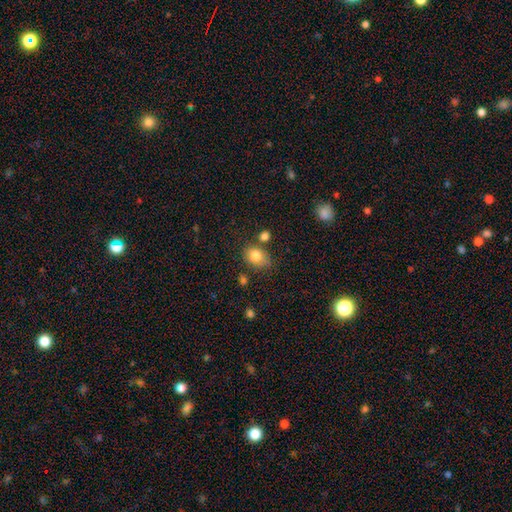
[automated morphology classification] Smooth or featured? Predicted: smooth (p=0.81). How rounded? Predicted: in between (p=0.63). Merging? Predicted: none (p=0.62).